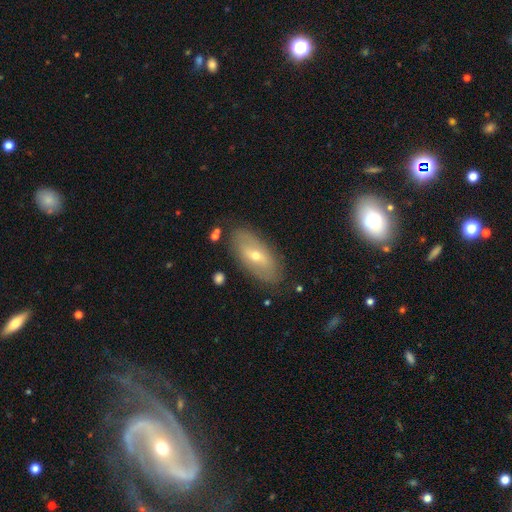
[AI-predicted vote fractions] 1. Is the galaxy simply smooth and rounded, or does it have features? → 50% featured or disk, 41% smooth, 9% star or artifact.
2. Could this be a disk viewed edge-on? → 76% no, 24% yes.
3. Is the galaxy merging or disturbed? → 83% none, 12% minor disturbance, 3% major disturbance, 2% merger.